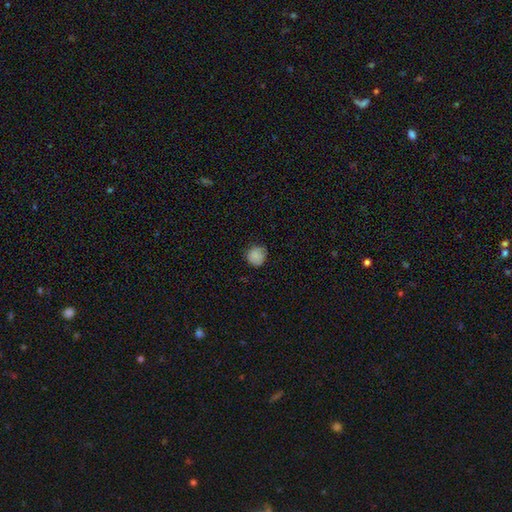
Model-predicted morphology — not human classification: Smooth or featured? smooth (87%)
How rounded? round (90%)
Merging? none (80%)